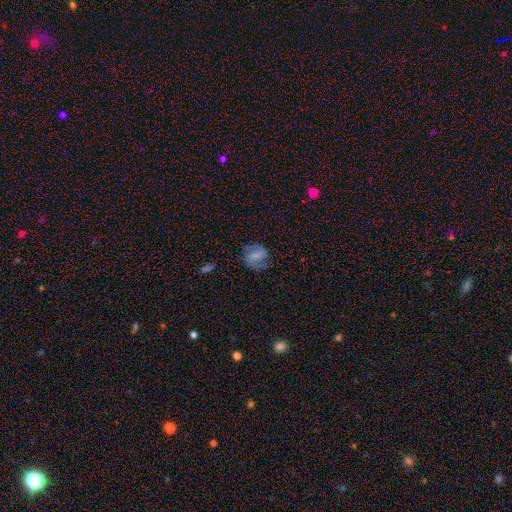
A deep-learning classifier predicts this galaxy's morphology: This appears to be a featured or disk galaxy (64%) with a weak bar (48%), 2 (86%) medium (48%) spiral arms (91%) and no central bulge (43%). Merging: none (72%).